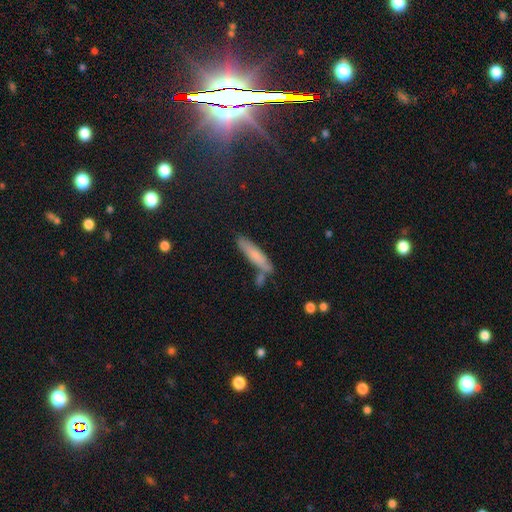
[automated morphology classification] A smooth galaxy with no disk features (72%) that is cigar-shaped (81%).

Vote fractions:
- Smooth or featured? smooth: 72% / featured or disk: 20% / star or artifact: 8%
- How rounded? cigar-shaped: 81% / in between: 17% / round: 2%
- Merging? none: 69% / minor disturbance: 16% / merger: 11% / major disturbance: 4%